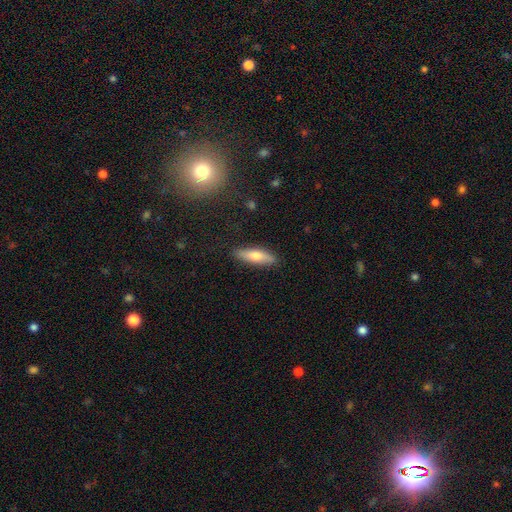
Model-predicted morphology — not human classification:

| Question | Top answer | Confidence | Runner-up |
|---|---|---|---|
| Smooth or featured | smooth | 66% | featured or disk (28%) |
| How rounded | cigar-shaped | 63% | in between (35%) |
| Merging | none | 88% | minor disturbance (9%) |